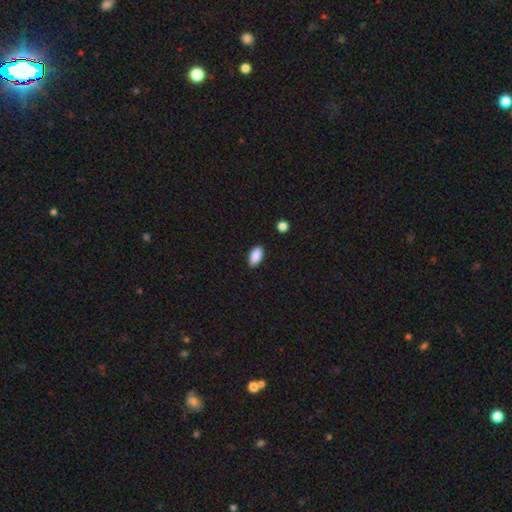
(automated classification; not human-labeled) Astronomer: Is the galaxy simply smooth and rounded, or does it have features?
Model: smooth — 89%.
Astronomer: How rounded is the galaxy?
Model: in between — 94%.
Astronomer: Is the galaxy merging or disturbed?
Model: none — 87%.